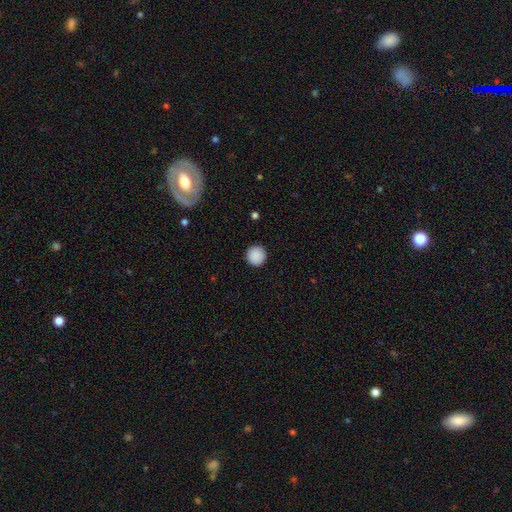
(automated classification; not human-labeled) This appears to be a smooth galaxy with no disk features (90%) that is round (96%). Merging: none (92%).